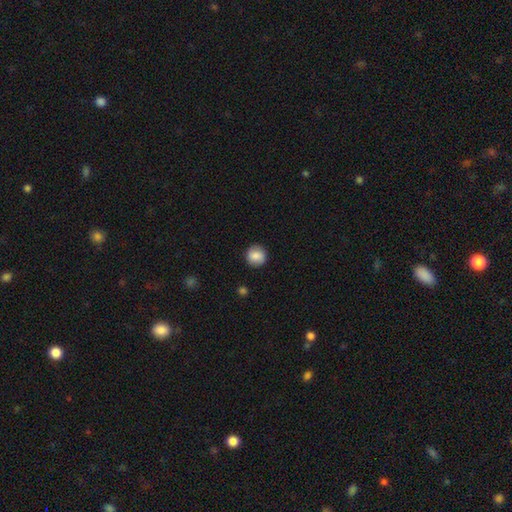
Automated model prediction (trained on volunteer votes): Smooth or featured? Predicted: smooth (p=0.82). How rounded? Predicted: round (p=0.91). Merging? Predicted: none (p=0.88).